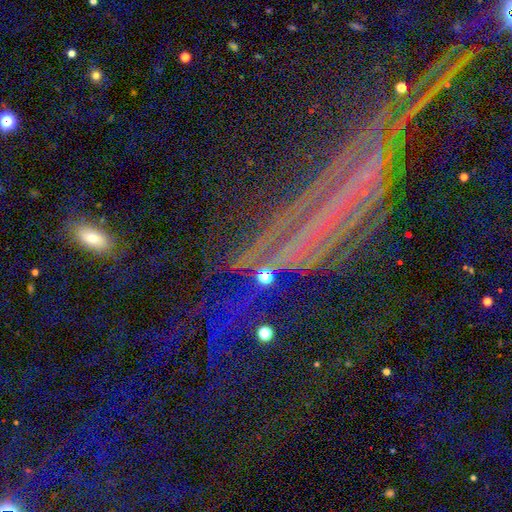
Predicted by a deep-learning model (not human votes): A star or artifact, not a galaxy (72%).

Vote fractions:
- Smooth or featured? star or artifact: 72% / featured or disk: 15% / smooth: 14%